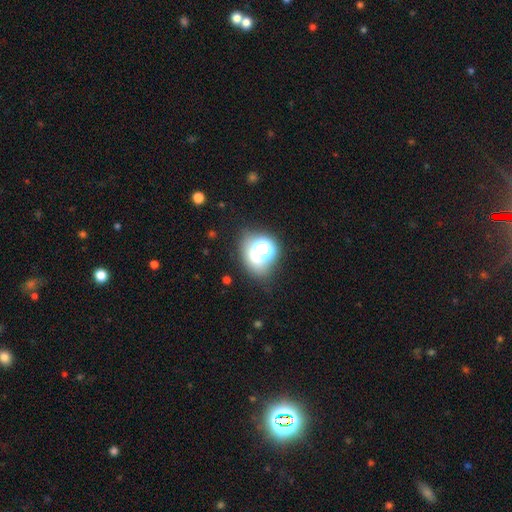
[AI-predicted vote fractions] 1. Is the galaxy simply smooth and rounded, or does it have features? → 49% smooth, 29% star or artifact, 22% featured or disk.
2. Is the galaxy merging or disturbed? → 52% none, 19% minor disturbance, 17% major disturbance, 12% merger.